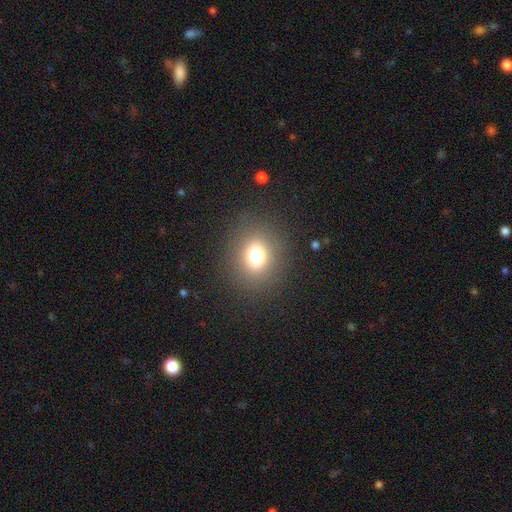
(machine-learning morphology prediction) type=smooth (73%); roundness=round (74%); merging=none (87%).